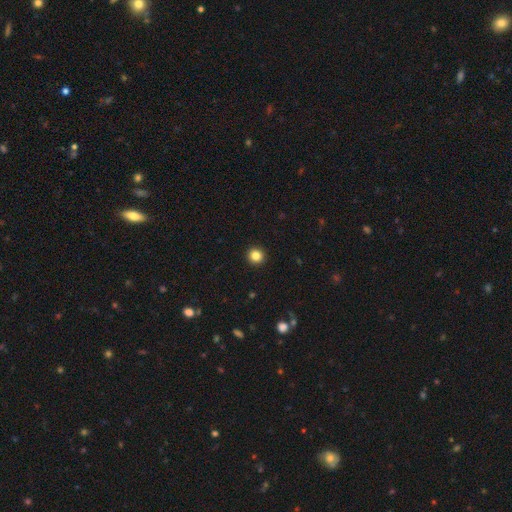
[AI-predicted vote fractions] Q: Smooth or featured?
A: smooth (84%); runner-up: star or artifact (11%)
Q: How rounded?
A: round (95%); runner-up: in between (4%)
Q: Merging?
A: none (94%); runner-up: minor disturbance (4%)